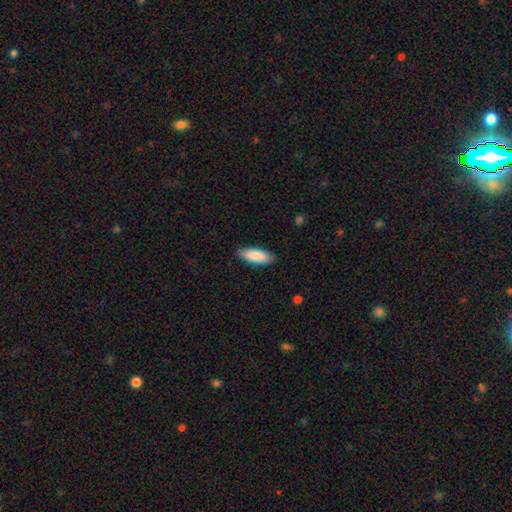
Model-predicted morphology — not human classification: Smooth or featured? smooth (88%)
How rounded? in between (72%)
Merging? none (87%)